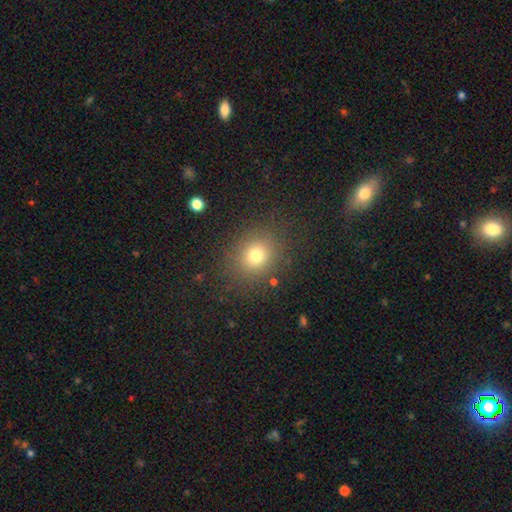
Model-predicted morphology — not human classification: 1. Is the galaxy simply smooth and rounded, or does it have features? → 75% smooth, 16% star or artifact, 9% featured or disk.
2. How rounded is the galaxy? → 69% round, 30% in between, 1% cigar-shaped.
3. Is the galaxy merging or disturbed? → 84% none, 10% minor disturbance, 5% major disturbance, 2% merger.